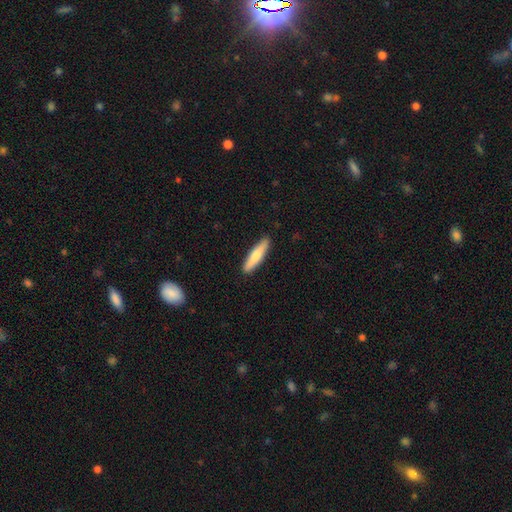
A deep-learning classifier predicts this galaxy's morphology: Overall: smooth (71%). How rounded: cigar-shaped (83%). Merging: none (90%).